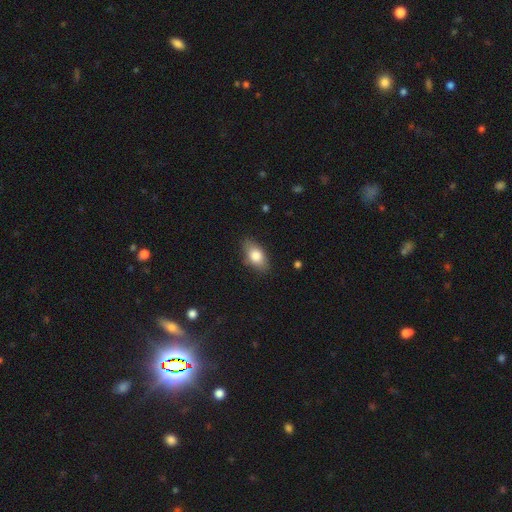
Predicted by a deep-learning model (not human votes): smooth 79%, featured or disk 14%, star or artifact 7%. Down the decision tree: how rounded — in between (88%); merging — none (82%).